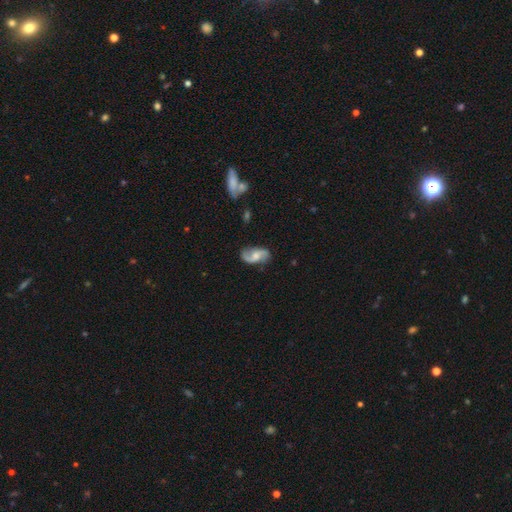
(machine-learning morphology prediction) featured or disk 81%, smooth 14%, star or artifact 6%. Down the decision tree: edge-on disk — no (97%); bar — no (51%); spiral arms — yes (96%); spiral arm count — 2 (92%); spiral winding — loose (54%); bulge size — moderate (53%); merging — none (78%).